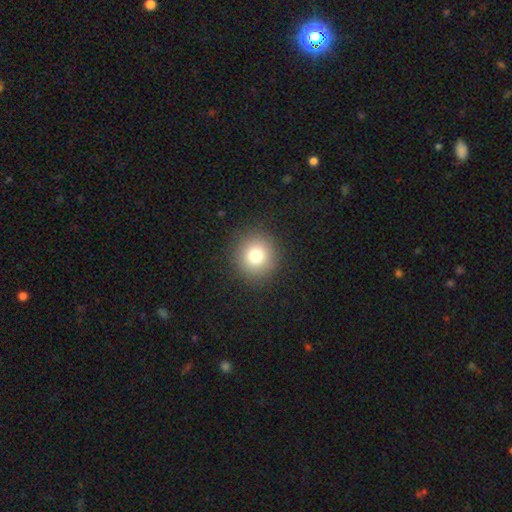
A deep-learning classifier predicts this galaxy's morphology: type=smooth (78%); roundness=round (94%); merging=none (90%).